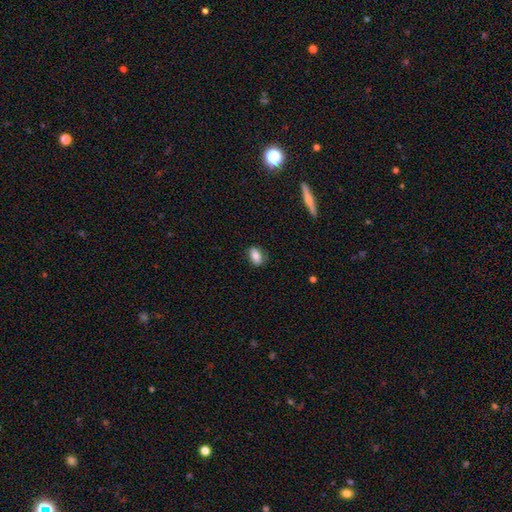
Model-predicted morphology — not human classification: Smooth or featured? Predicted: smooth (p=0.81). How rounded? Predicted: in between (p=0.86). Merging? Predicted: none (p=0.79).